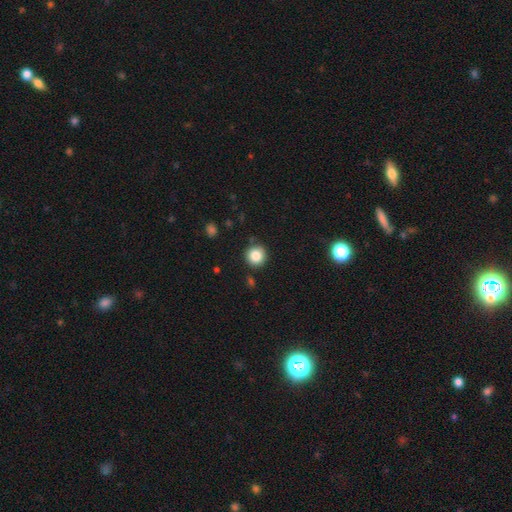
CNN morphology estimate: smooth_or_featured: smooth (p=0.85) [alt: star or artifact p=0.10]
how_rounded: round (p=0.92) [alt: in between p=0.07]
merging: none (p=0.86) [alt: minor disturbance p=0.09]